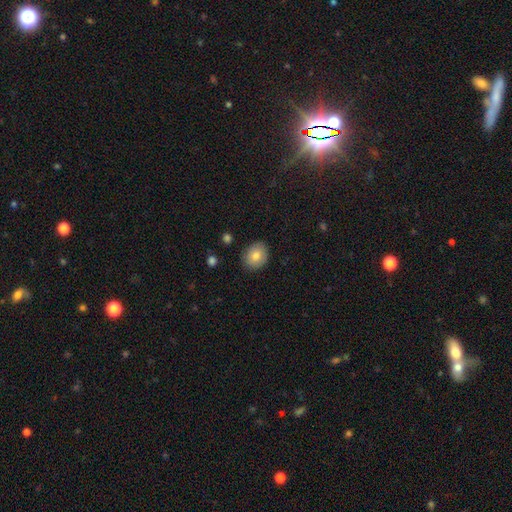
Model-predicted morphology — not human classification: Smooth or featured? Predicted: smooth (p=0.78). How rounded? Predicted: round (p=0.52). Merging? Predicted: none (p=0.85).